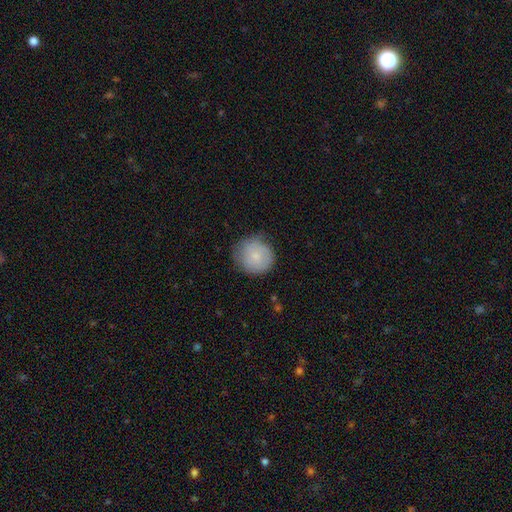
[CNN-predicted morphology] A smooth galaxy with no disk features (76%) that is round (91%). Merging: none (69%).